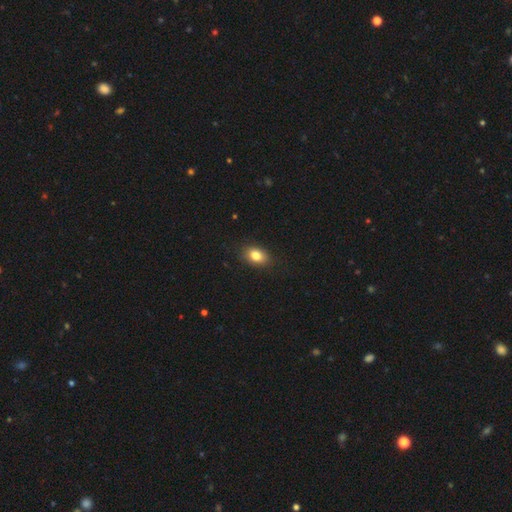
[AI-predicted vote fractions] smooth 82%, star or artifact 9%, featured or disk 8%. Down the decision tree: how rounded — in between (77%); merging — none (86%).